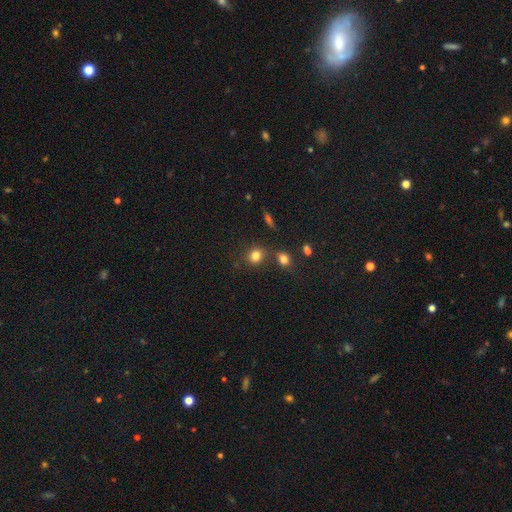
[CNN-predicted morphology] The model was most divided on "how rounded": round: 75%, in between: 24%, cigar-shaped: 1%. More confident: smooth or featured — smooth (79%); merging — none (72%).